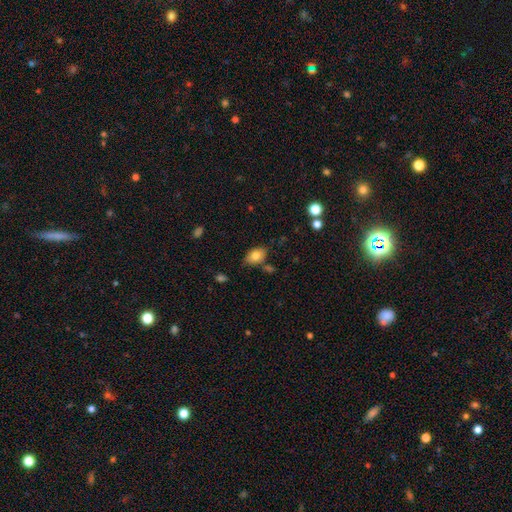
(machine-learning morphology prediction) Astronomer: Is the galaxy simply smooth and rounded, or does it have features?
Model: smooth — 80%.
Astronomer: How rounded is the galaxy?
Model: in between — 84%.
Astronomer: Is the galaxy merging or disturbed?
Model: none — 73%.